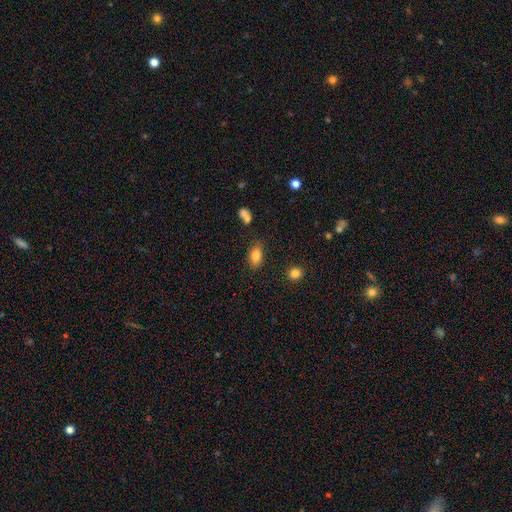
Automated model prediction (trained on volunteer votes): Smooth or featured?
  - smooth: 83% *
  - star or artifact: 9%
  - featured or disk: 8%
How rounded?
  - in between: 86% *
  - round: 12%
  - cigar-shaped: 3%
Merging?
  - none: 79% *
  - minor disturbance: 13%
  - merger: 4%
  - major disturbance: 3%